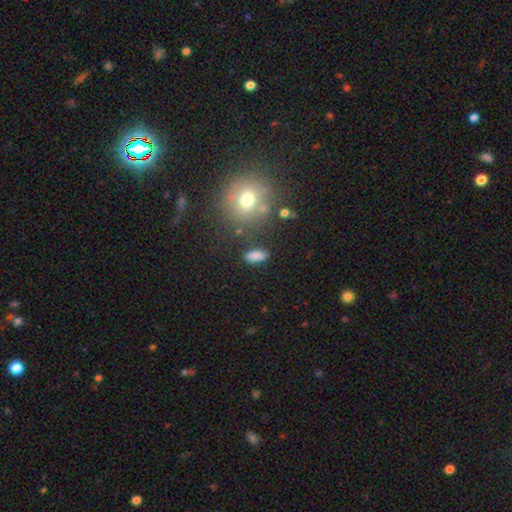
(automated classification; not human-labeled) The model was most divided on "how rounded": in between: 71%, cigar-shaped: 23%, round: 6%. More confident: merging — none (83%); smooth or featured — smooth (83%).